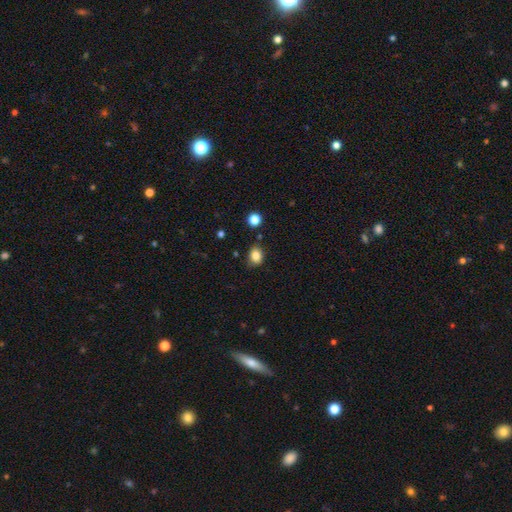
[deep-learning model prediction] smooth-or-featured: smooth: 84% | star or artifact: 11% | featured or disk: 6%
  how-rounded: in between: 52% | round: 47% | cigar-shaped: 1%
  merging: none: 79% | minor disturbance: 14% | merger: 3% | major disturbance: 3%